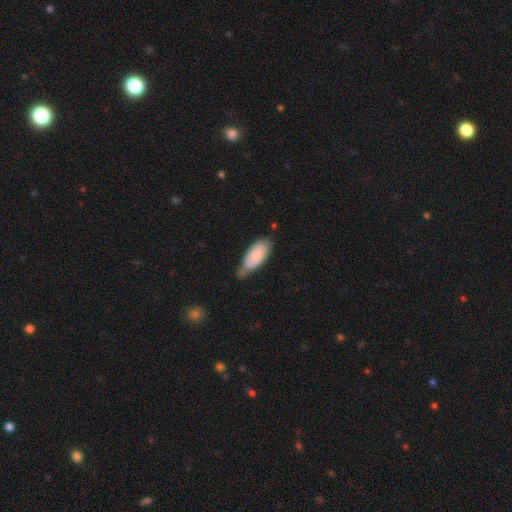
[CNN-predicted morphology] The model was most divided on "merging": none: 43%, minor disturbance: 40%, major disturbance: 10%, merger: 7%. More confident: how rounded — in between (85%); smooth or featured — smooth (78%).